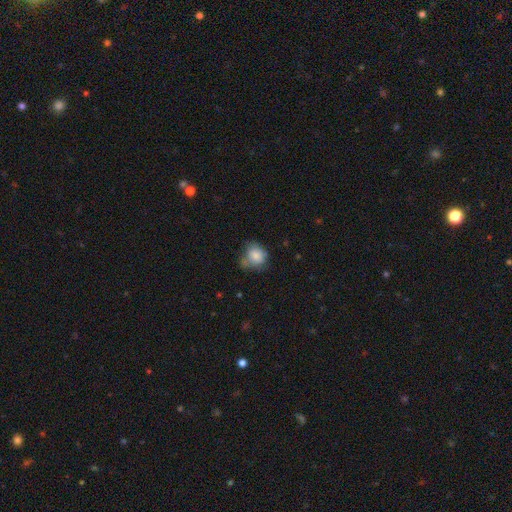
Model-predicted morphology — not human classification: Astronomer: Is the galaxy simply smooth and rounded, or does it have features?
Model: smooth — 79%.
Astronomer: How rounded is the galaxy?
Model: round — 68%.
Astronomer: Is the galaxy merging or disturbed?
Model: none — 46% (runner-up: minor disturbance, 33%).